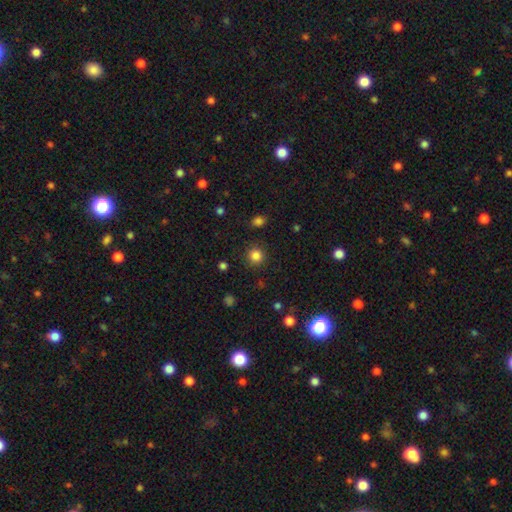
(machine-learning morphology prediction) smooth 83%, star or artifact 13%, featured or disk 4%. Down the decision tree: how rounded — round (94%); merging — none (89%).